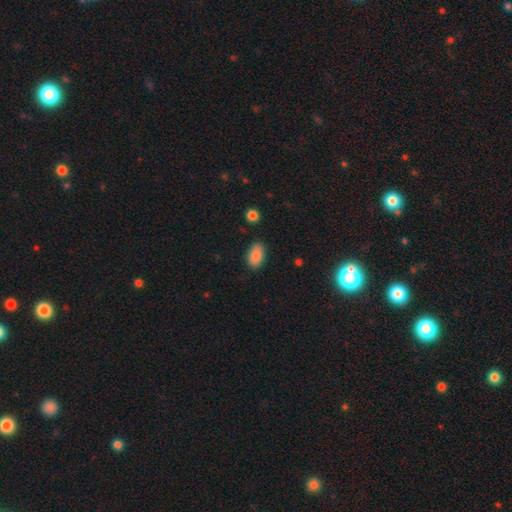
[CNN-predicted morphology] The model was most divided on "merging": none: 83%, minor disturbance: 13%, major disturbance: 3%, merger: 2%. More confident: how rounded — in between (92%); smooth or featured — smooth (87%).